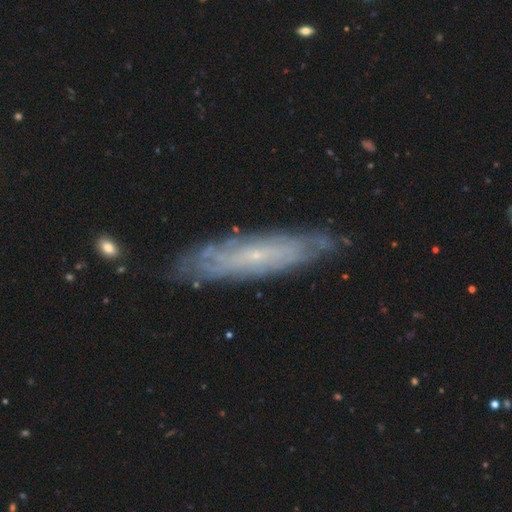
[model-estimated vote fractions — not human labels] Morphology: type=featured or disk (71%); edge-on=no (63%); merging=none (80%).